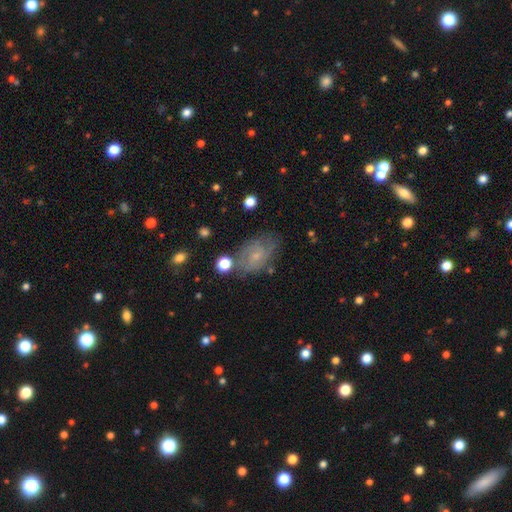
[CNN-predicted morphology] A featured or disk galaxy (58%) with no bar (69%), spiral arms (78%) and a small central bulge (73%). Merging: none (64%).